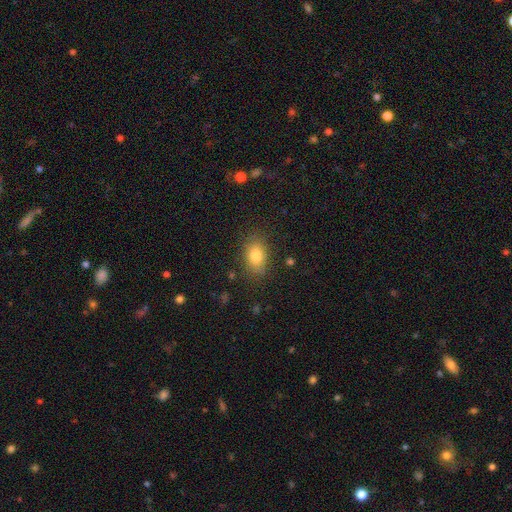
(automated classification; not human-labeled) Smooth or featured: smooth — 80% (featured or disk — 10%)
How rounded: in between — 79% (round — 20%)
Merging: none — 79% (minor disturbance — 15%)